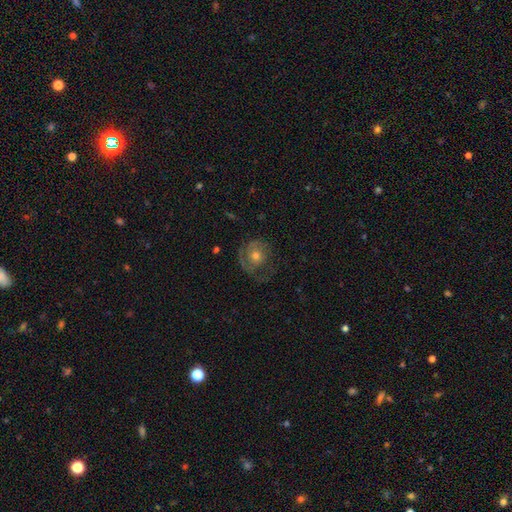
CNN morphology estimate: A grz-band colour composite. It shows a featured or disk galaxy (67%) with no bar (82%), 2 (36%) tight (57%) spiral arms (80%) and a moderate central bulge (63%). Merging: none (63%).